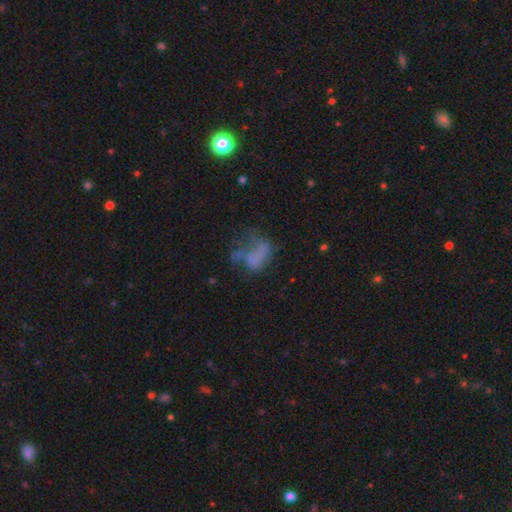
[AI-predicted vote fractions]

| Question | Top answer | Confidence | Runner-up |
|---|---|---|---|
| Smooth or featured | smooth | 44% | featured or disk (38%) |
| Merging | major disturbance | 46% | none (26%) |